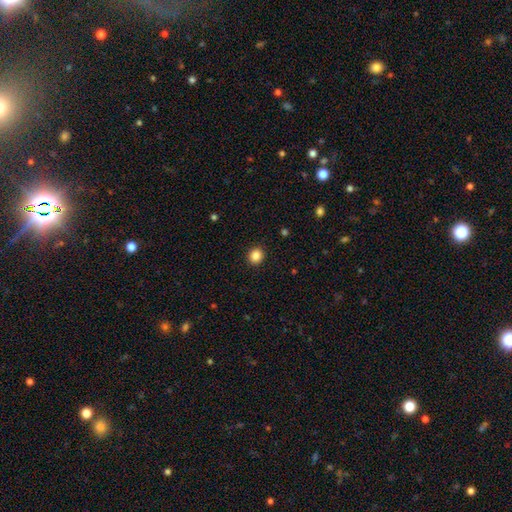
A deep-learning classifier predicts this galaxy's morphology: Overall: smooth (86%). How rounded: round (84%). Merging: none (92%).